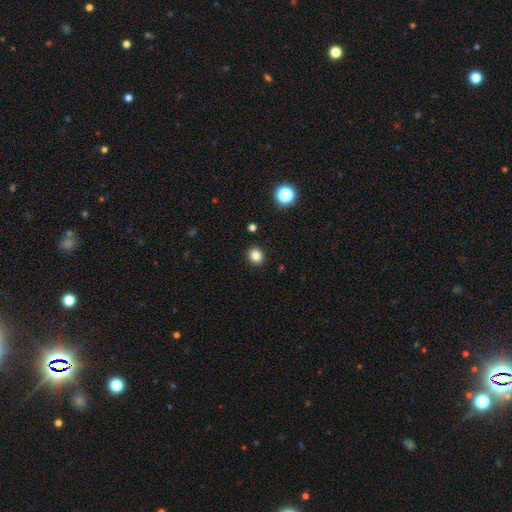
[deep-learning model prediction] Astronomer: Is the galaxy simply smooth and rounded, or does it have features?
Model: smooth — 83%.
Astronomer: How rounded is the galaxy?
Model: round — 85%.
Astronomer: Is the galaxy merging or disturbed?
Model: none — 92%.